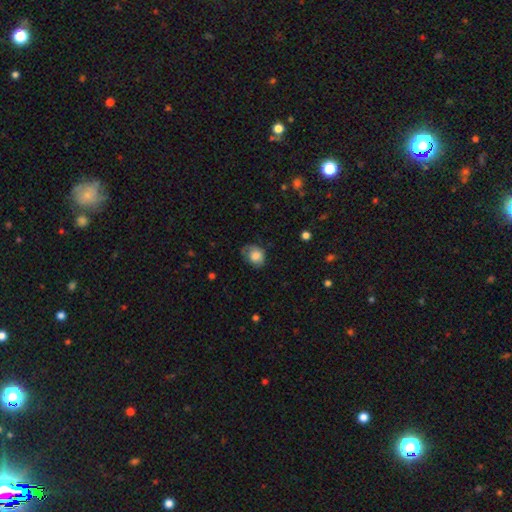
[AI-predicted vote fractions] Smooth or featured?
  - smooth: 75% *
  - featured or disk: 17%
  - star or artifact: 8%
How rounded?
  - in between: 50% *
  - round: 49%
  - cigar-shaped: 1%
Merging?
  - none: 53% *
  - minor disturbance: 32%
  - major disturbance: 14%
  - merger: 1%